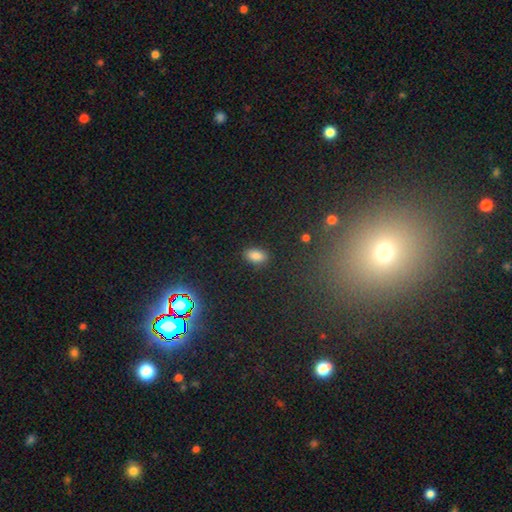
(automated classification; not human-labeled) The model was most divided on "smooth or featured": smooth: 85%, star or artifact: 11%, featured or disk: 4%. More confident: how rounded — in between (92%); merging — none (87%).